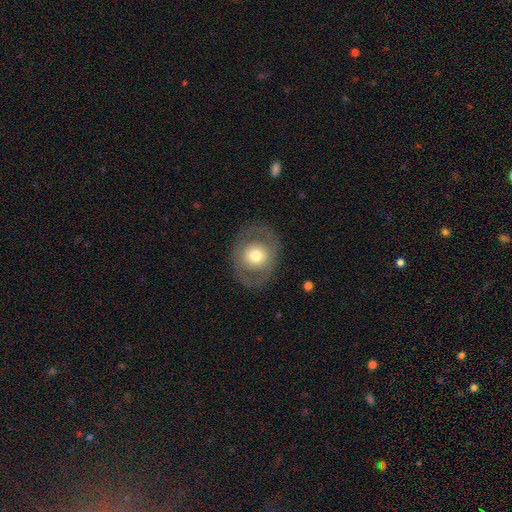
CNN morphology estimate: A smooth galaxy with no disk features (49%).

Vote fractions:
- Smooth or featured? smooth: 49% / featured or disk: 45% / star or artifact: 7%
- Merging? none: 79% / minor disturbance: 12% / major disturbance: 8% / merger: 1%